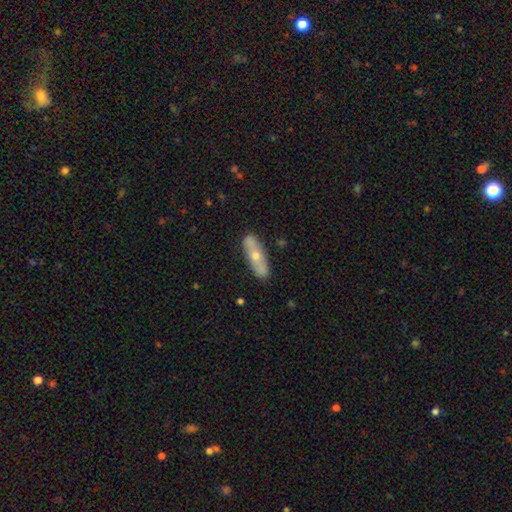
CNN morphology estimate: Smooth or featured? smooth (48%)
Merging? none (83%)